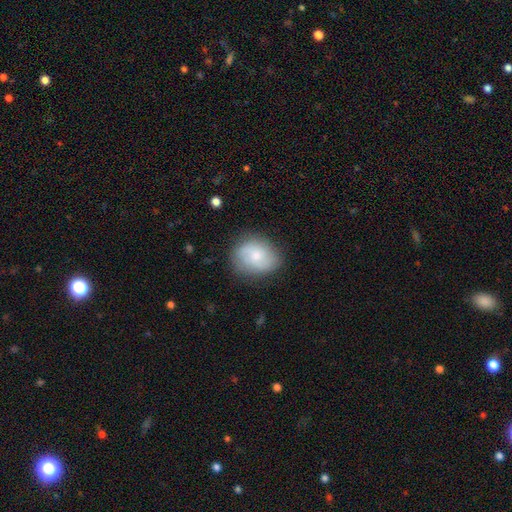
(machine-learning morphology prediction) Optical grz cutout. It shows a smooth galaxy with no disk features (60%) that is round (52%). Merging: none (75%).